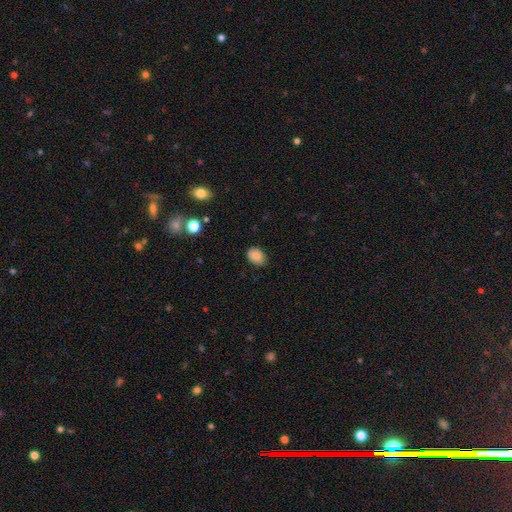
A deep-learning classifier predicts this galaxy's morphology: Smooth or featured? smooth (87%)
How rounded? in between (69%)
Merging? none (78%)